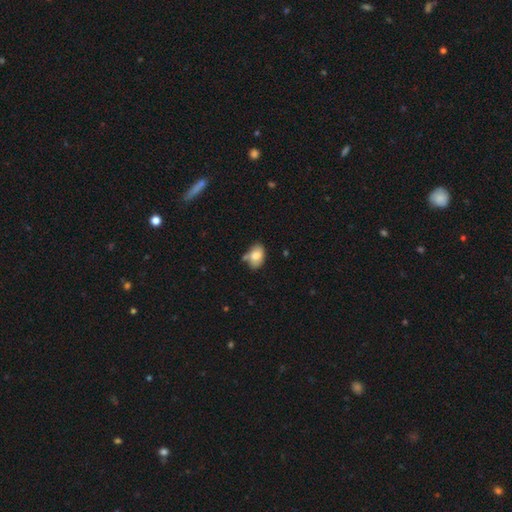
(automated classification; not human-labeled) Smooth or featured? Predicted: smooth (p=0.77). How rounded? Predicted: in between (p=0.84). Merging? Predicted: none (p=0.54).